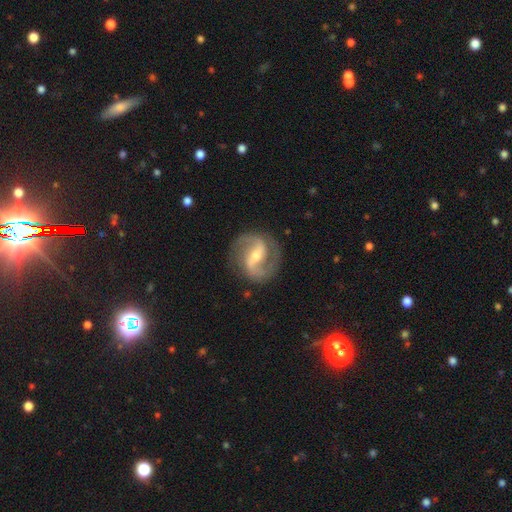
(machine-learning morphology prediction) This is clearly a featured or disk galaxy (90%). It is clearly not viewed edge-on (98%). Bar: possibly strong (47%). Spiral arm pattern: clearly yes (97%). Spiral arm count: clearly 2 (93%). Spiral winding: possibly medium (55%). Central bulge: possibly small (47%, tied with moderate). Merging: clearly none (84%).